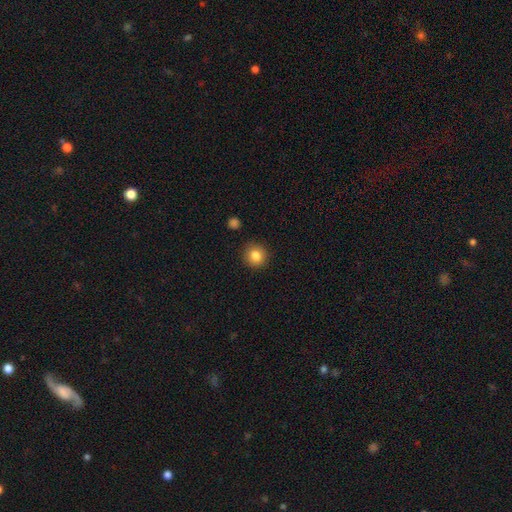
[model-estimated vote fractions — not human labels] Smooth or featured?
  - smooth: 84% *
  - star or artifact: 10%
  - featured or disk: 6%
How rounded?
  - round: 92% *
  - in between: 7%
  - cigar-shaped: 1%
Merging?
  - none: 91% *
  - minor disturbance: 6%
  - major disturbance: 2%
  - merger: 1%